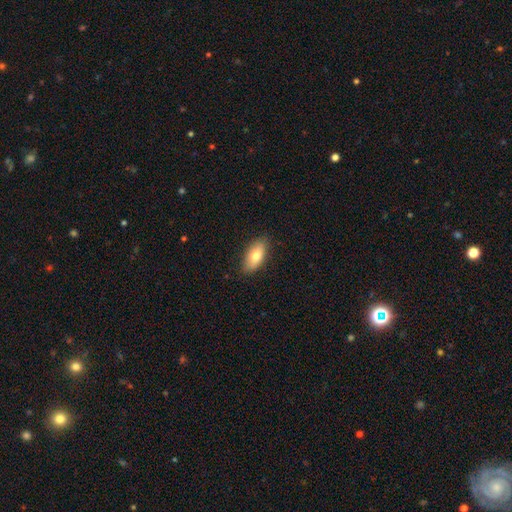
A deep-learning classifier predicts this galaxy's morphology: This is likely a smooth galaxy (77%). How rounded: clearly in between (88%). Merging: clearly none (87%).